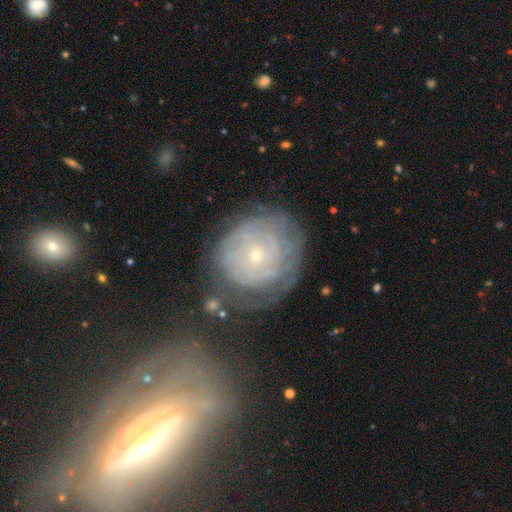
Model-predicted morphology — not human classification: smooth-or-featured: featured or disk: 76% | smooth: 16% | star or artifact: 8%
  disk-edge-on: no: 97% | yes: 3%
    bar: no: 80% | weak: 16% | strong: 4%
    has-spiral-arms: yes: 89% | no: 11%
      spiral-winding: tight: 83% | medium: 13% | loose: 4%
      spiral-arm-count: can't tell: 48% | 4: 13% | 2: 12% | 3: 12% | more than 4: 9% | 1: 6%
    bulge-size: small: 82% | moderate: 14% | none: 1% | large: 1% | dominant: 1%
  merging: none: 69% | minor disturbance: 18% | major disturbance: 9% | merger: 4%